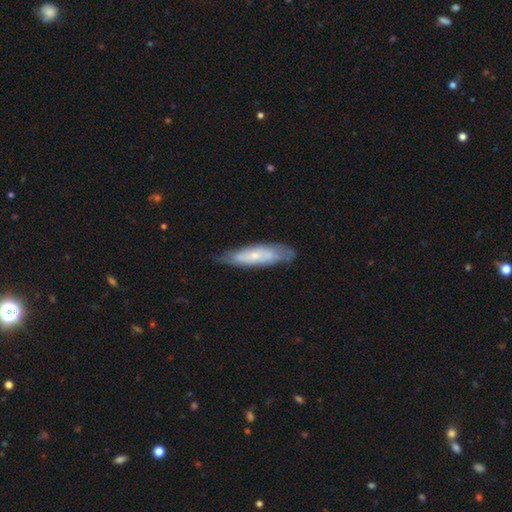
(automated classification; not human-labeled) A featured or disk galaxy (50%).

Vote fractions:
- Smooth or featured? featured or disk: 50% / smooth: 44% / star or artifact: 6%
- Merging? none: 71% / minor disturbance: 22% / major disturbance: 5% / merger: 2%